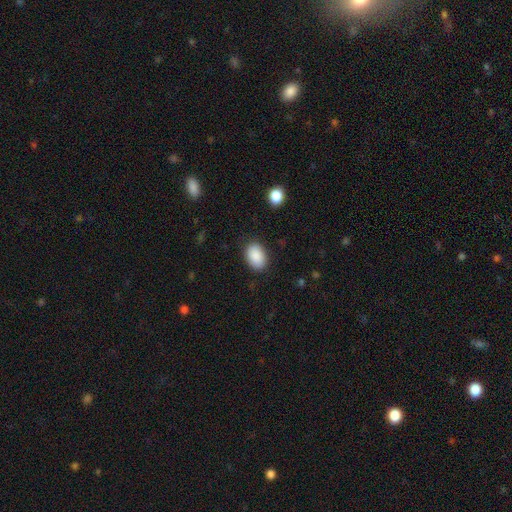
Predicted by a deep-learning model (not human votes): Morphology: type=smooth (90%); roundness=in between (85%); merging=none (86%).